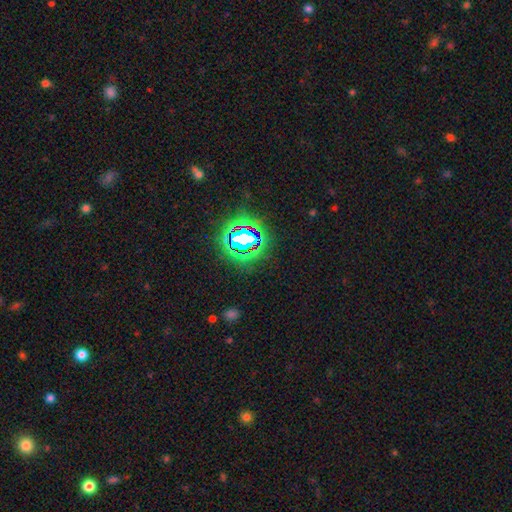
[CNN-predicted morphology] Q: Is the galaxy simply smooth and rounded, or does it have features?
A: star or artifact — 80%.